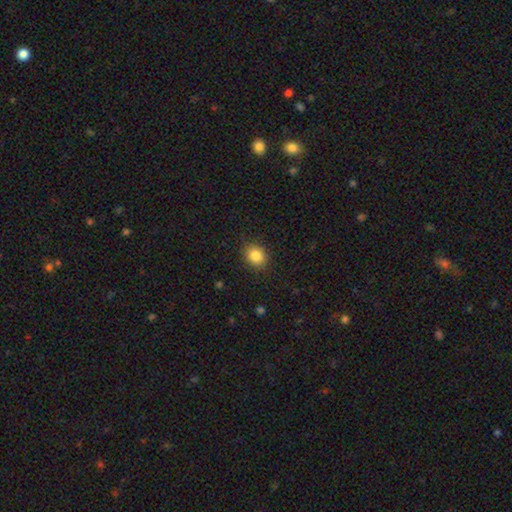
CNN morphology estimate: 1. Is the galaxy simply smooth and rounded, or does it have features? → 85% smooth, 10% star or artifact, 5% featured or disk.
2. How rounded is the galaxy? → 58% round, 41% in between, 1% cigar-shaped.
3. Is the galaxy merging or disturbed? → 87% none, 9% minor disturbance, 3% major disturbance, 1% merger.